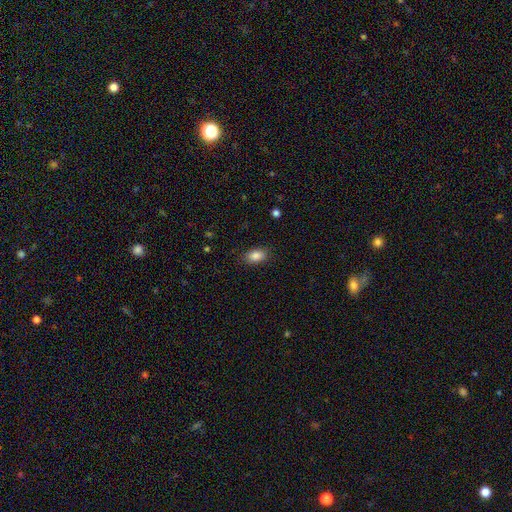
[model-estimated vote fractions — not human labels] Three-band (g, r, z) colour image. It shows a smooth galaxy with no disk features (87%) that is in between round and cigar-shaped (89%). Merging: none (87%).